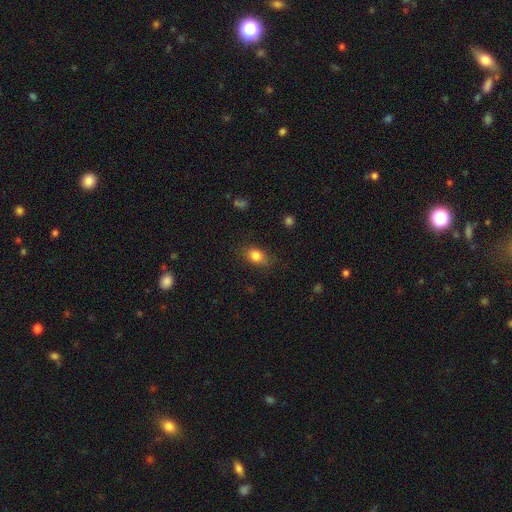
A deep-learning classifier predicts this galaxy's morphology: smooth-or-featured: smooth: 82% | star or artifact: 10% | featured or disk: 8%
  how-rounded: in between: 65% | round: 33% | cigar-shaped: 3%
  merging: none: 75% | minor disturbance: 18% | major disturbance: 5% | merger: 1%